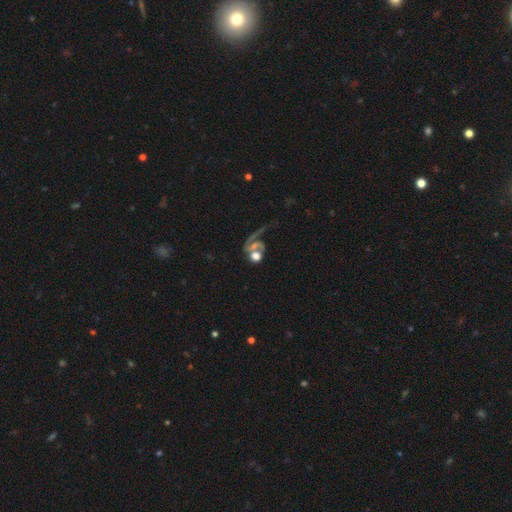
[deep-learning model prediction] Smooth or featured? featured or disk (43%)
Merging? merger (41%)